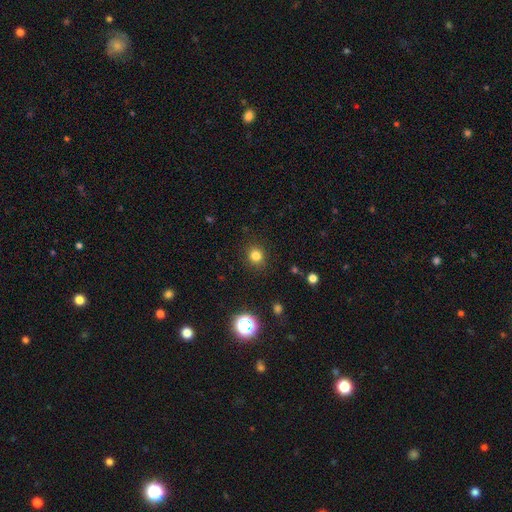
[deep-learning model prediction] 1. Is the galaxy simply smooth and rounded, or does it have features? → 79% smooth, 15% star or artifact, 5% featured or disk.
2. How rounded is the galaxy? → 85% round, 14% in between, 1% cigar-shaped.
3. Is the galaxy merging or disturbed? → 89% none, 7% minor disturbance, 3% major disturbance, 1% merger.